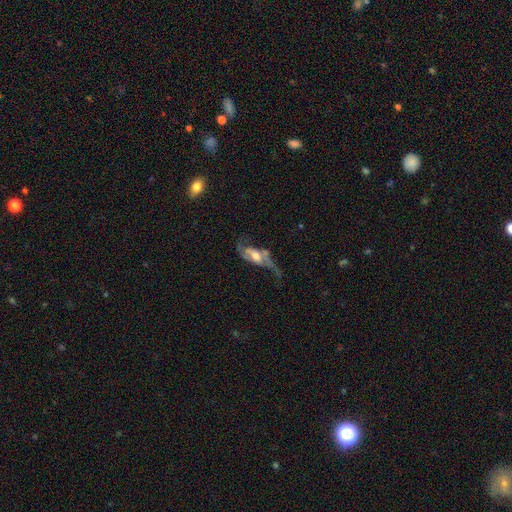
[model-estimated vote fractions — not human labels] Overall: featured or disk (70%). Edge-on disk: no (82%). Bar: no (44%; weak 39%). Spiral arms: yes (77%). Bulge size: moderate (56%; large 19%). Merging: major disturbance (38%; none 30%).